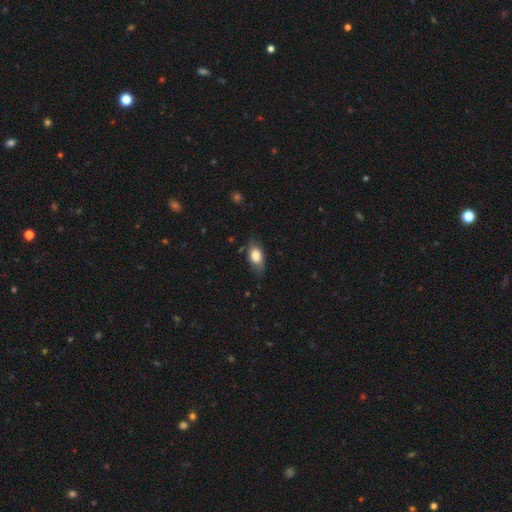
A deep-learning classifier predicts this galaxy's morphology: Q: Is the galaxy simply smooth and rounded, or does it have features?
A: smooth — 79%.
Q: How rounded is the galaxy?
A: in between — 84%.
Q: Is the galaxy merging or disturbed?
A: none — 69%.